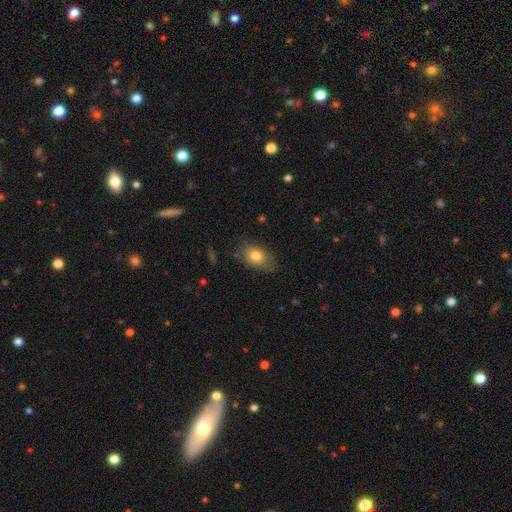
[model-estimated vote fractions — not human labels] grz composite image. It shows a smooth galaxy with no disk features (78%) that is in between round and cigar-shaped (85%). Merging: none (73%).